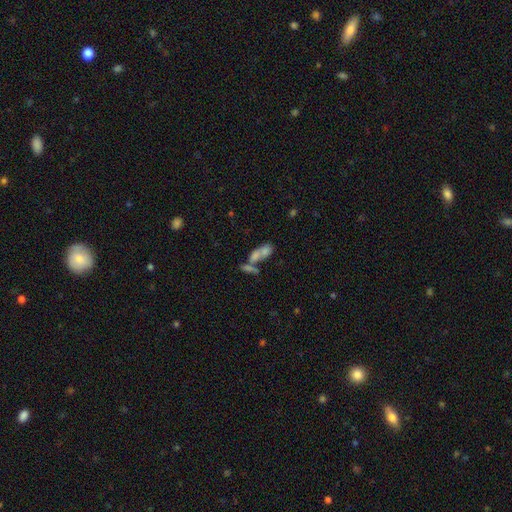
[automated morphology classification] A smooth galaxy with no disk features (63%) that is in between round and cigar-shaped (71%). Merging: merger (63%).